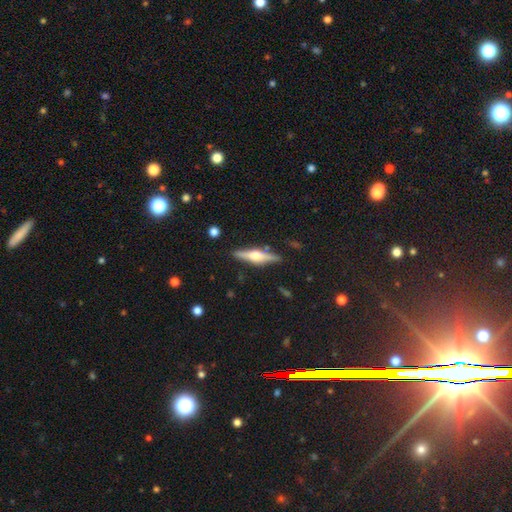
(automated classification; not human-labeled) The model was most divided on "smooth or featured": featured or disk: 69%, smooth: 25%, star or artifact: 6%. More confident: edge-on disk — yes (97%); edge-on bulge — rounded (91%); merging — none (87%).